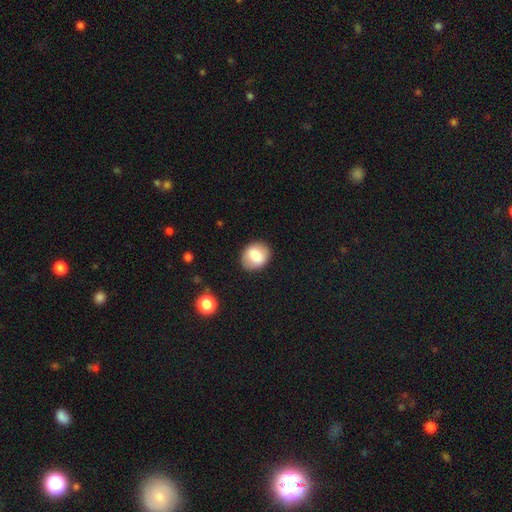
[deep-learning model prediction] Smooth or featured? smooth (79%)
How rounded? round (52%)
Merging? none (84%)